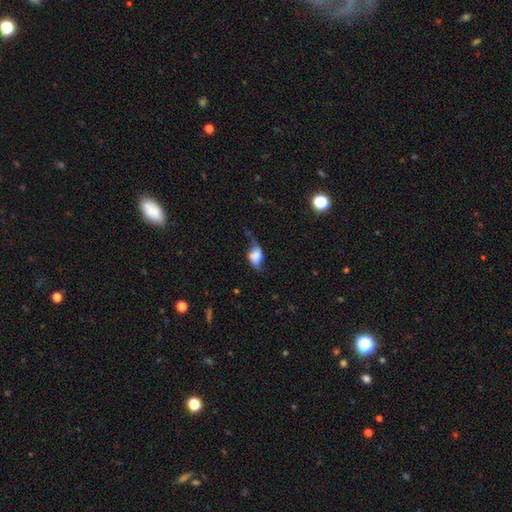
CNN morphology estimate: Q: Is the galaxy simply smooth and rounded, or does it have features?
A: smooth — 50%.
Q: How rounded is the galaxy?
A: in between — 79%.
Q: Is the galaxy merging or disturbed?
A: none — 45%.